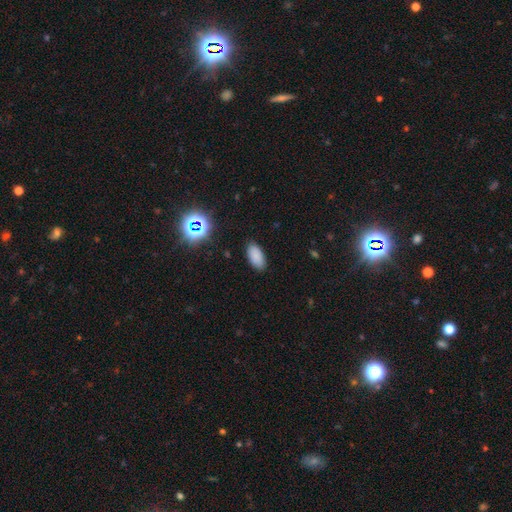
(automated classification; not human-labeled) smooth_or_featured: smooth (p=0.83) [alt: star or artifact p=0.12]
how_rounded: in between (p=0.93) [alt: cigar-shaped p=0.04]
merging: none (p=0.86) [alt: minor disturbance p=0.10]